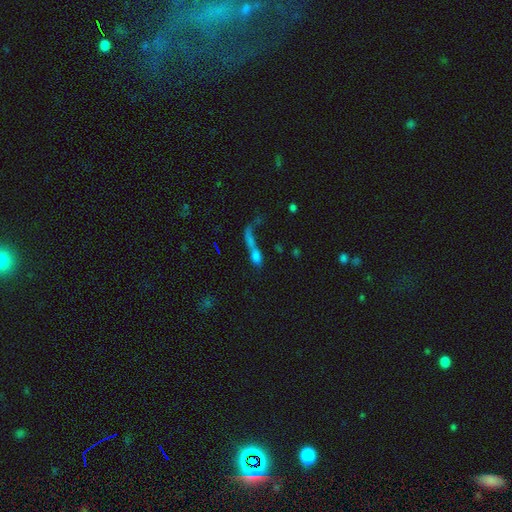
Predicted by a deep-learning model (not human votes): smooth_or_featured: smooth (p=0.58) [alt: featured or disk p=0.25]
how_rounded: in between (p=0.50) [alt: cigar-shaped p=0.37]
merging: merger (p=0.52) [alt: major disturbance p=0.21]